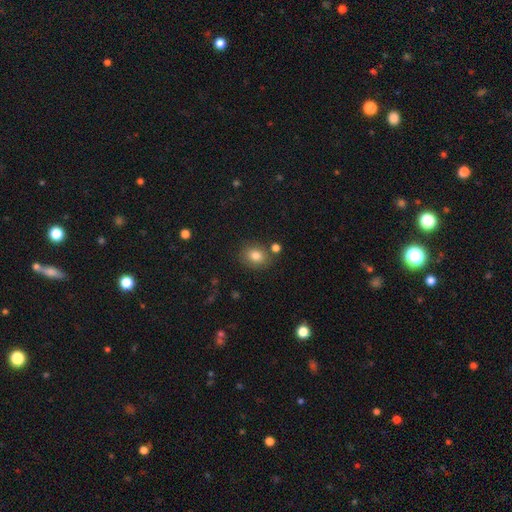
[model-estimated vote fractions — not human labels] Overall: smooth (81%). How rounded: round (52%; in between 47%). Merging: none (78%).